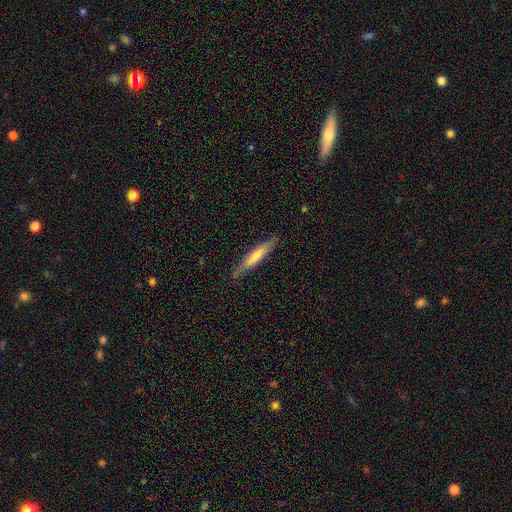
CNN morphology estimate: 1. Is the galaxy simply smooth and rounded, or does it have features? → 54% smooth, 40% featured or disk, 6% star or artifact.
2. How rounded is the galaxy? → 90% cigar-shaped, 9% in between, 1% round.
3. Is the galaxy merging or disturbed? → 84% none, 13% minor disturbance, 2% major disturbance, 1% merger.